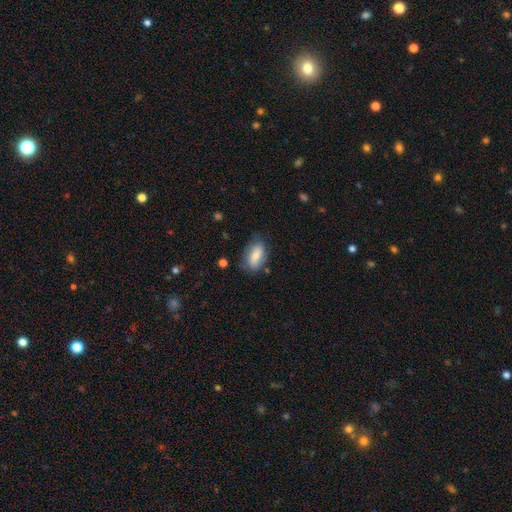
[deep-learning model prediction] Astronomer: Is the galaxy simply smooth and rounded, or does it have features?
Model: smooth — 77%.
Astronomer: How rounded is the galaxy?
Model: in between — 87%.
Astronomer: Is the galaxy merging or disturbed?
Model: none — 70%.